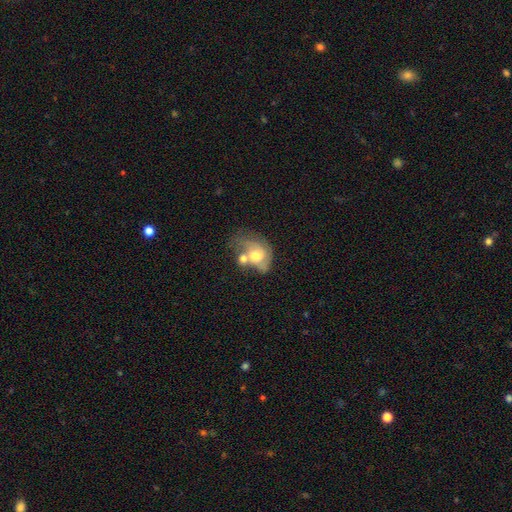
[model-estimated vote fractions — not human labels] This appears to be a featured or disk galaxy (51%). Merging: merger (51%).